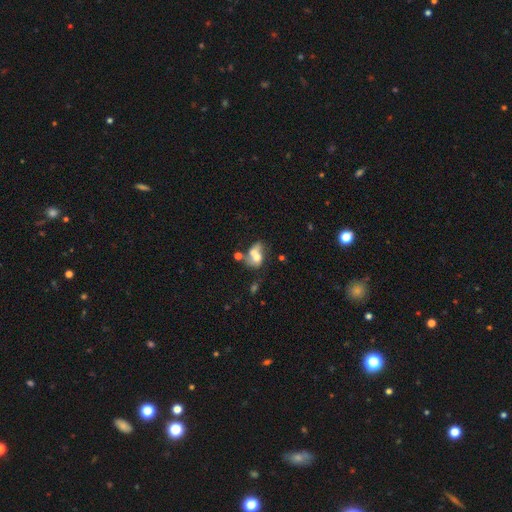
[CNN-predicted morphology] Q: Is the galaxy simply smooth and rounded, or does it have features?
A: smooth — 52%.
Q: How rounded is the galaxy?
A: in between — 69%.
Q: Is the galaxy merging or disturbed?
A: merger — 55%.